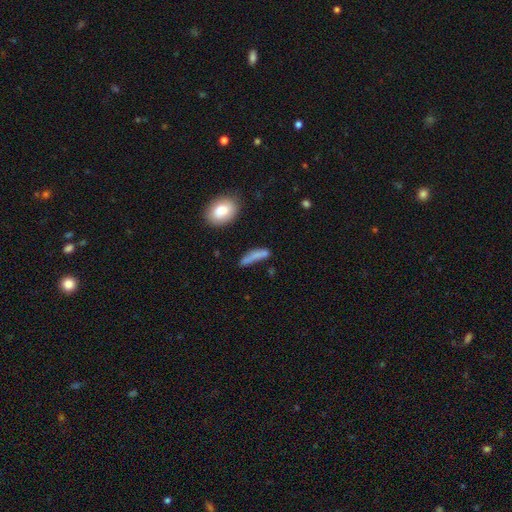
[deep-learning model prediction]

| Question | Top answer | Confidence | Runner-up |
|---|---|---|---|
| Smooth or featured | smooth | 73% | featured or disk (17%) |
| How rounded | cigar-shaped | 72% | in between (24%) |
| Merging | none | 53% | minor disturbance (22%) |